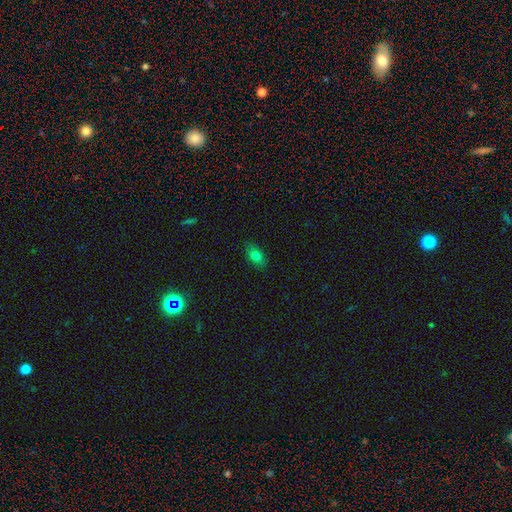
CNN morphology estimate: Smooth or featured? smooth (77%)
How rounded? in between (84%)
Merging? none (84%)